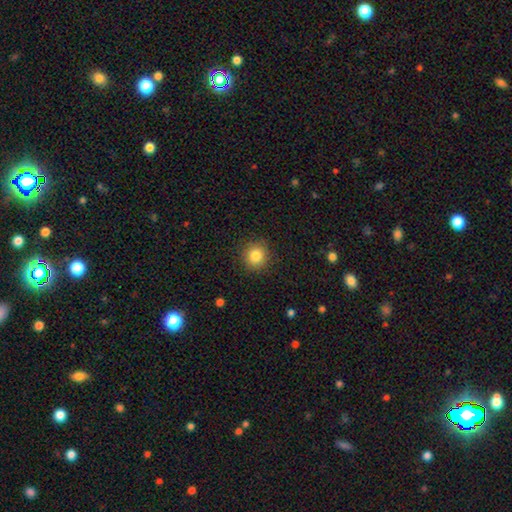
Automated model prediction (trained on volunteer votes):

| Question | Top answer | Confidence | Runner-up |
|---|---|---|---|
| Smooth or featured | smooth | 84% | star or artifact (10%) |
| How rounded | round | 89% | in between (10%) |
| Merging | none | 89% | minor disturbance (7%) |